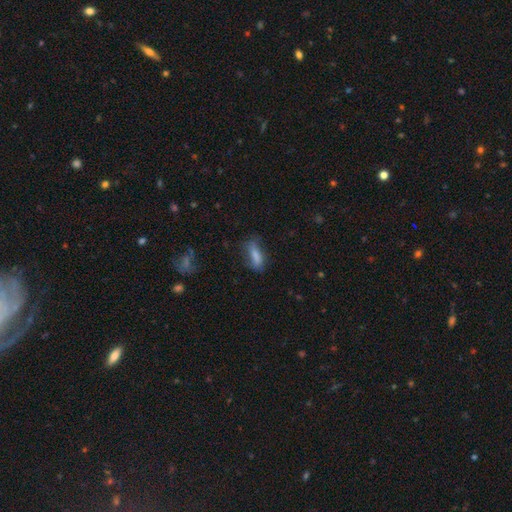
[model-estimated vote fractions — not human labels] Smooth or featured? Predicted: smooth (p=0.76). How rounded? Predicted: in between (p=0.56). Merging? Predicted: none (p=0.57).